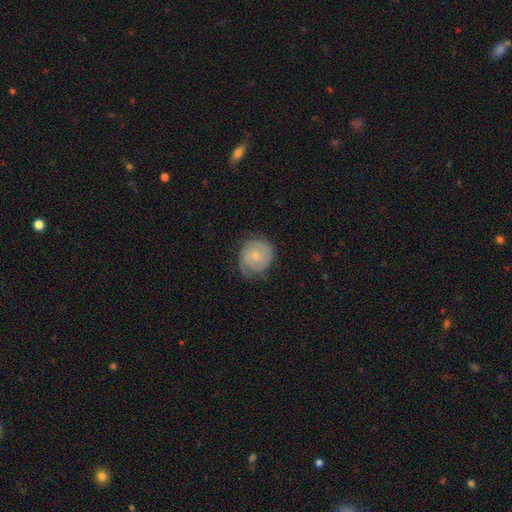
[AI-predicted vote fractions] Smooth or featured? featured or disk (74%)
Edge-on disk? no (98%)
Bar? no (75%)
Spiral arms? yes (94%)
Spiral winding? tight (71%)
Spiral arm count? 2 (52%)
Bulge size? small (70%)
Merging? none (75%)